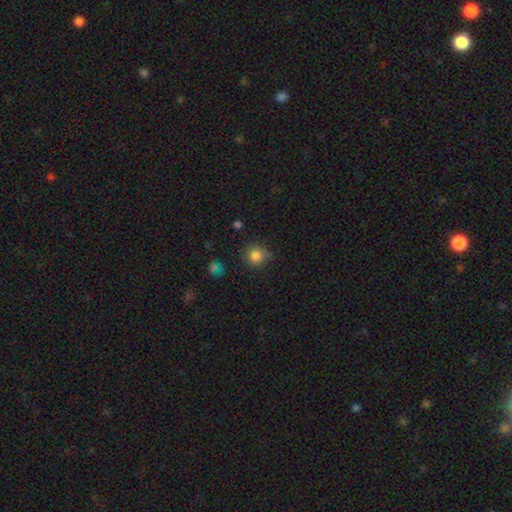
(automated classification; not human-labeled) A smooth galaxy with no disk features (83%) that is round (87%). Merging: none (73%).